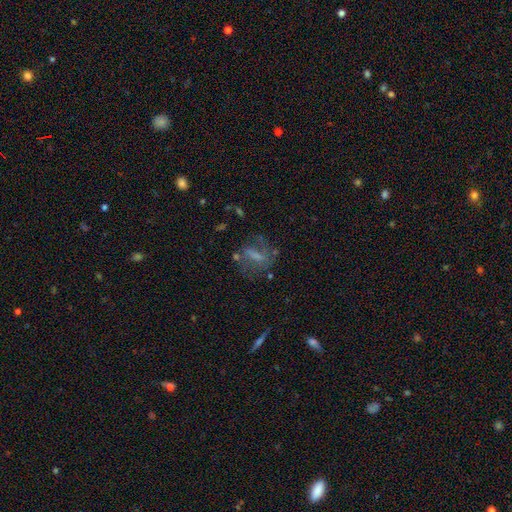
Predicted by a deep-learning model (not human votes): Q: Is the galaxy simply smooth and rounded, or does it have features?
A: featured or disk — 49%.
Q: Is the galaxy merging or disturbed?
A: none — 52%.